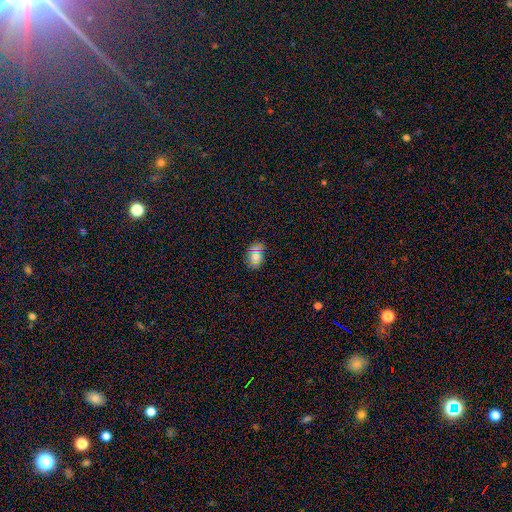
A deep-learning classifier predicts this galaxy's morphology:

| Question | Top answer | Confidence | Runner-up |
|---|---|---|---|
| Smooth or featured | smooth | 70% | star or artifact (17%) |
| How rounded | in between | 79% | round (19%) |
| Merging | none | 66% | minor disturbance (24%) |